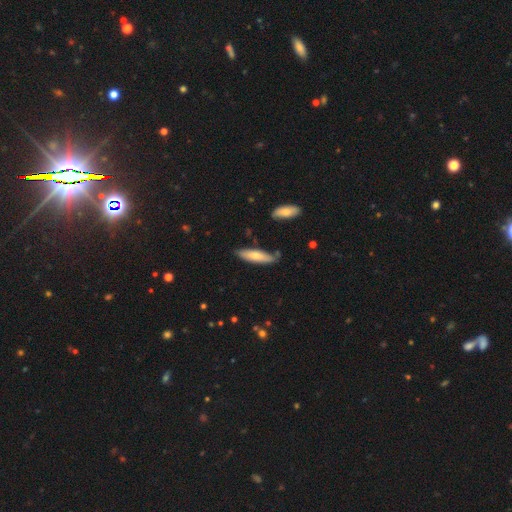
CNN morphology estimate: Overall: smooth (70%). How rounded: cigar-shaped (64%; in between 35%). Merging: none (75%).